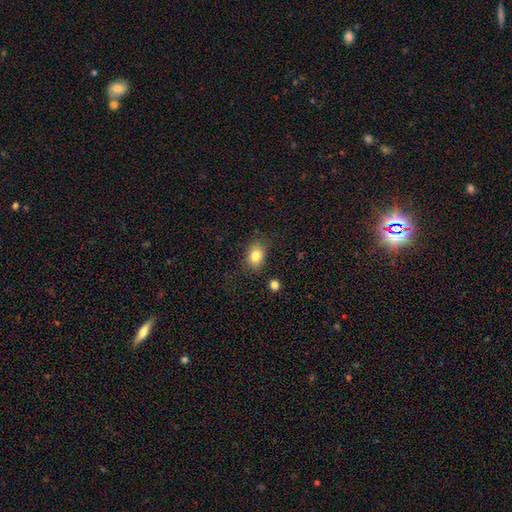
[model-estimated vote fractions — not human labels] This is clearly a smooth galaxy (82%). How rounded: likely in between (64%). Merging: likely none (80%).